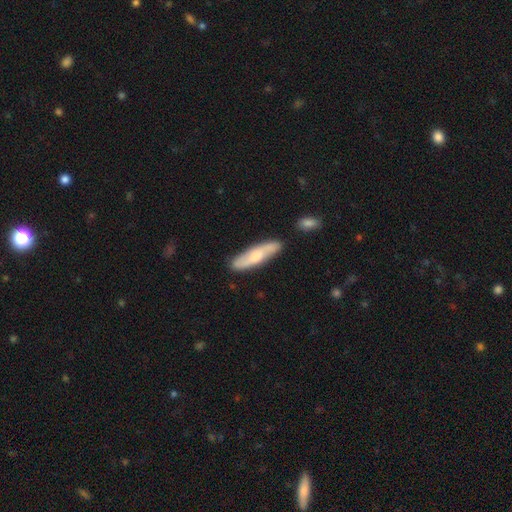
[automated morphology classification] smooth 52%, featured or disk 43%, star or artifact 5%. Down the decision tree: how rounded — cigar-shaped (72%); merging — none (82%).